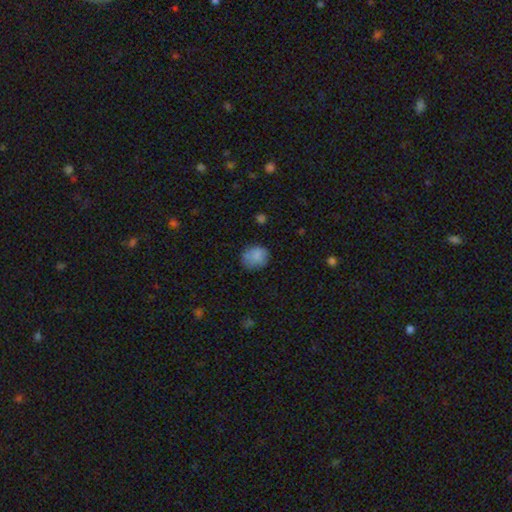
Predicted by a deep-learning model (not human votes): Smooth or featured? smooth (80%)
How rounded? round (65%)
Merging? none (70%)